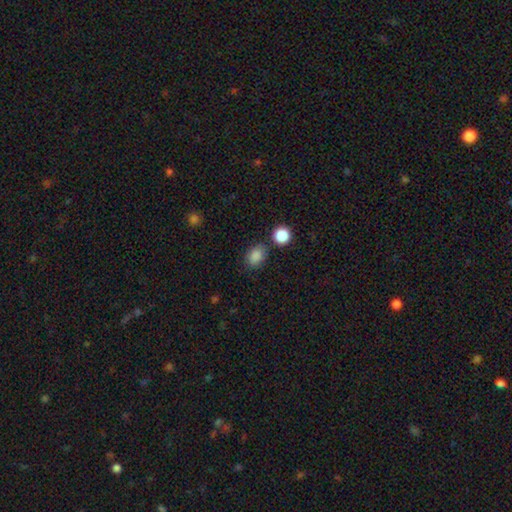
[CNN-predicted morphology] The model was most divided on "how rounded": in between: 68%, round: 30%, cigar-shaped: 1%. More confident: smooth or featured — smooth (86%); merging — none (75%).